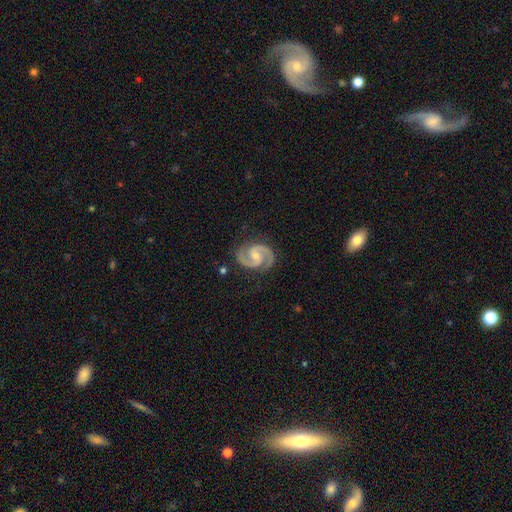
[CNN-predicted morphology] This appears to be a featured or disk galaxy (93%) with a weak bar (48%), 2 (95%) medium (63%) spiral arms (99%) and a small central bulge (54%). Merging: none (84%).